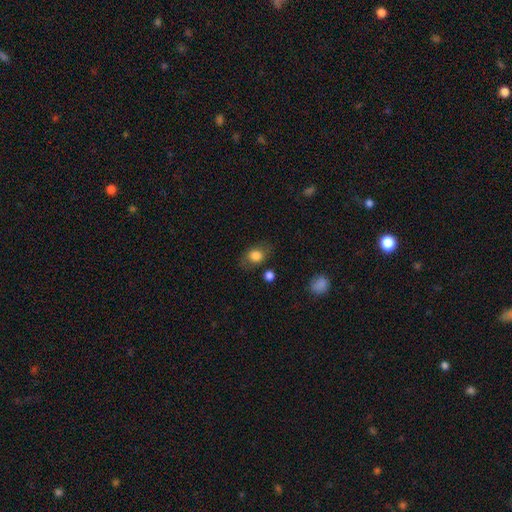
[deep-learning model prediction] Q: Smooth or featured?
A: smooth (77%); runner-up: featured or disk (13%)
Q: How rounded?
A: in between (66%); runner-up: round (32%)
Q: Merging?
A: none (71%); runner-up: minor disturbance (18%)